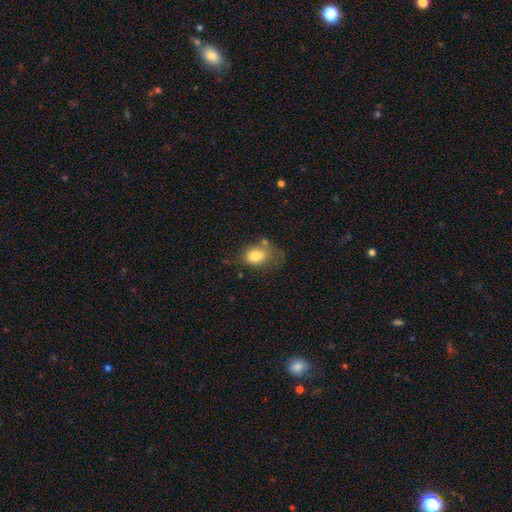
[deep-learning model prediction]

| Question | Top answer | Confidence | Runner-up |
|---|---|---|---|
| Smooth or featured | smooth | 80% | featured or disk (12%) |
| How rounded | in between | 81% | round (18%) |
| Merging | none | 44% | minor disturbance (27%) |